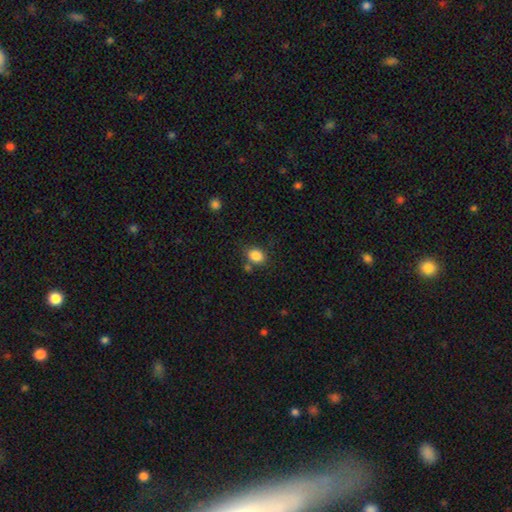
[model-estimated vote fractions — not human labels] A smooth galaxy with no disk features (86%) that is in between round and cigar-shaped (60%). Merging: none (71%).